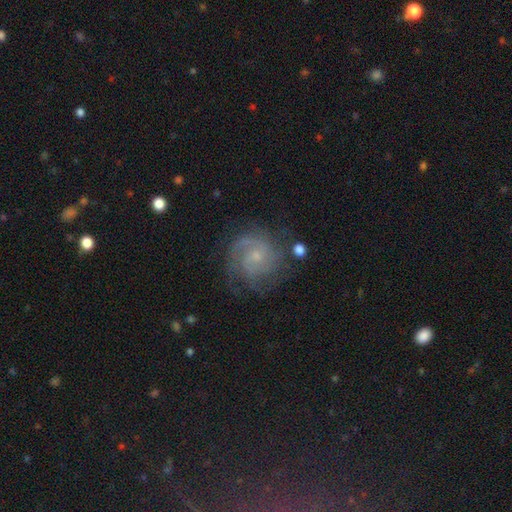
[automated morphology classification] This appears to be a featured or disk galaxy (79%) with no bar (69%), 2 (35%) tight (54%) spiral arms (94%) and a small central bulge (75%). Merging: none (71%).